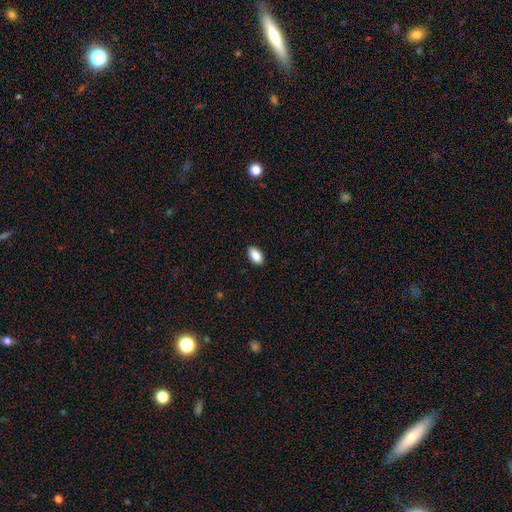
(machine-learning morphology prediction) Smooth or featured?
  - smooth: 87% *
  - star or artifact: 7%
  - featured or disk: 6%
How rounded?
  - in between: 93% *
  - cigar-shaped: 4%
  - round: 3%
Merging?
  - none: 90% *
  - minor disturbance: 8%
  - major disturbance: 2%
  - merger: 1%